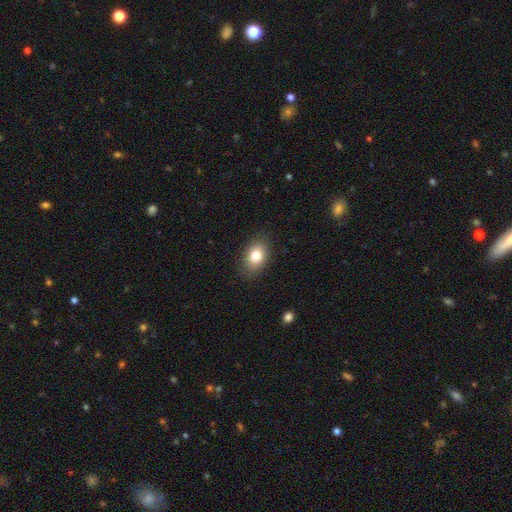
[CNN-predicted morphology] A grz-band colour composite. It shows a smooth galaxy with no disk features (81%) that is in between round and cigar-shaped (82%). Merging: none (86%).